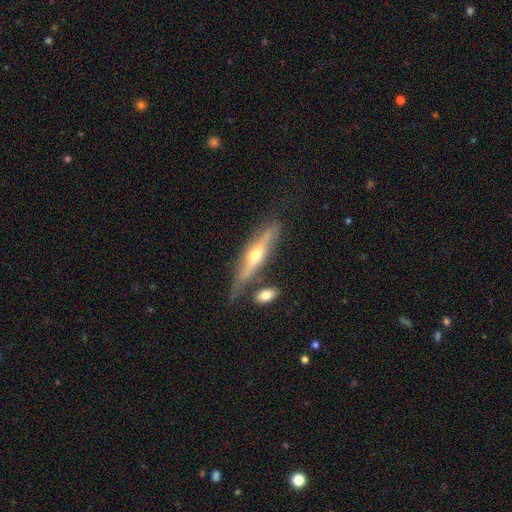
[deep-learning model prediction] This is likely a featured or disk galaxy (69%). It is clearly viewed edge-on (90%). Edge-on bulge: clearly rounded (91%). Merging: likely none (70%).